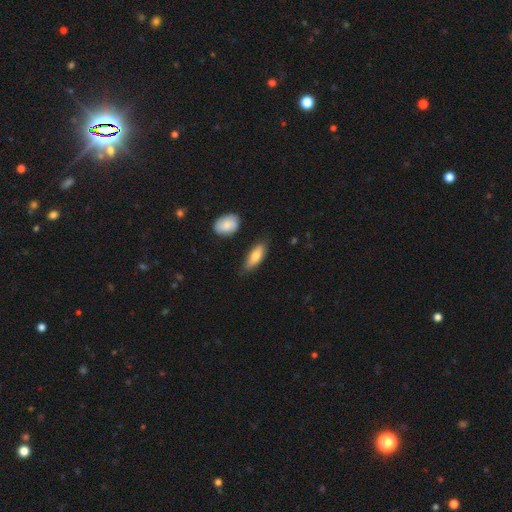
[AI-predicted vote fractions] Smooth or featured?
  - smooth: 79% *
  - featured or disk: 16%
  - star or artifact: 6%
How rounded?
  - in between: 65% *
  - cigar-shaped: 32%
  - round: 2%
Merging?
  - none: 75% *
  - minor disturbance: 19%
  - major disturbance: 3%
  - merger: 3%